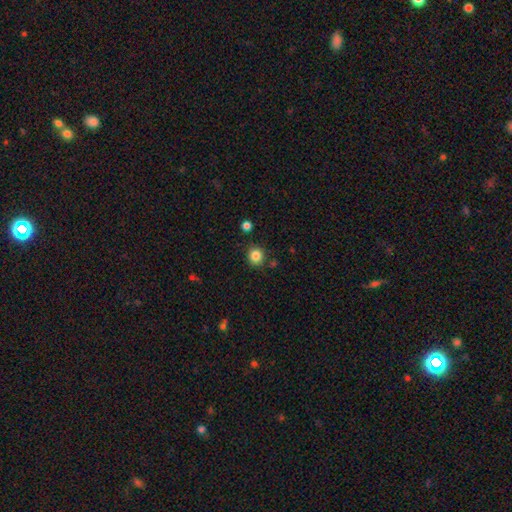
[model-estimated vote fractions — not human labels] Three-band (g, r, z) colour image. It shows a smooth galaxy with no disk features (84%) that is round (88%). Merging: none (85%).